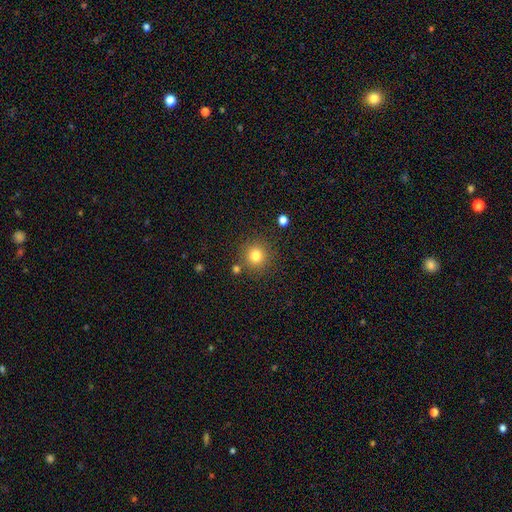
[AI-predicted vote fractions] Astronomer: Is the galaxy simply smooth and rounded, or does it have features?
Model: smooth — 80%.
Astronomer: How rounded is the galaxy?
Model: round — 93%.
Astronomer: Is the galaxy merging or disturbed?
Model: none — 84%.